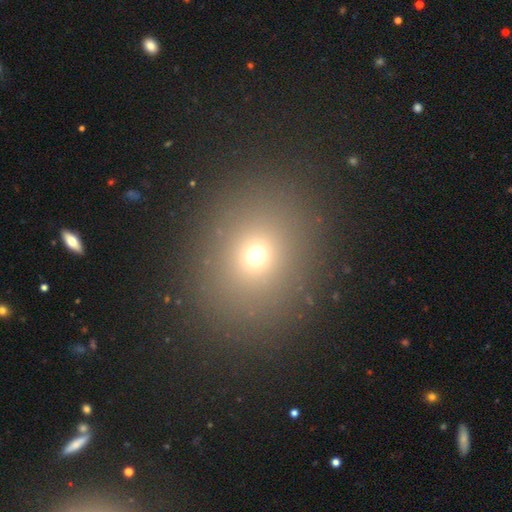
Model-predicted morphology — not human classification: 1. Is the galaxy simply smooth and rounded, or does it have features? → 67% smooth, 23% star or artifact, 10% featured or disk.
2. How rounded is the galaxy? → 66% round, 33% in between, 1% cigar-shaped.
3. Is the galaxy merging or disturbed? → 86% none, 8% minor disturbance, 4% major disturbance, 2% merger.